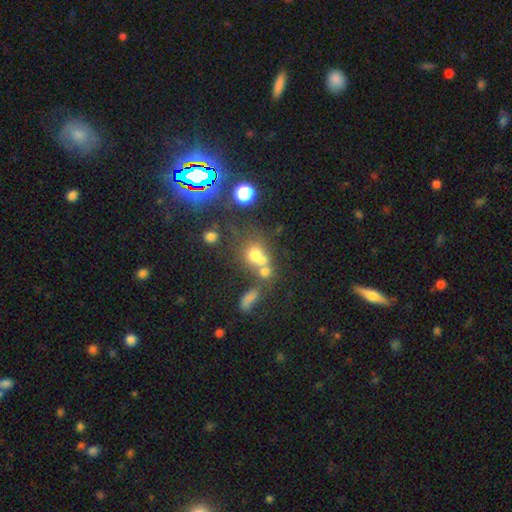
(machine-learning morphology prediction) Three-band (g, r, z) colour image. It shows a smooth galaxy with no disk features (55%) that is round (73%). Merging: merger (50%).